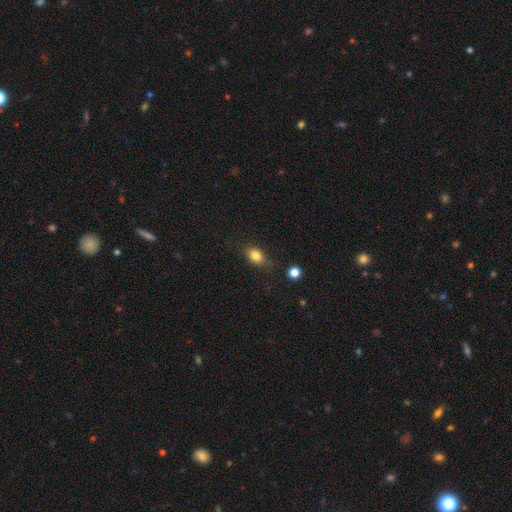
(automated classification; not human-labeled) Smooth or featured: smooth — 83% (star or artifact — 10%)
How rounded: in between — 69% (round — 29%)
Merging: none — 75% (minor disturbance — 17%)